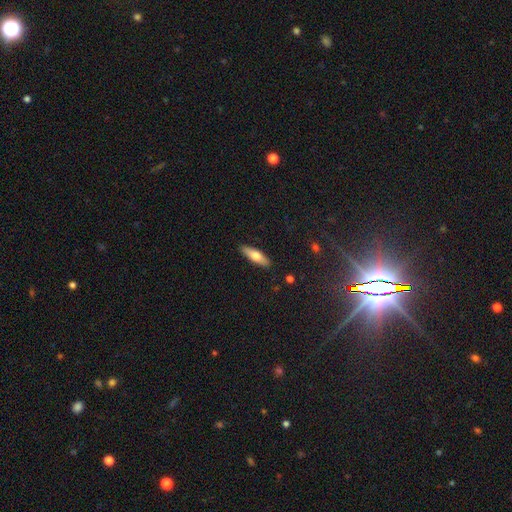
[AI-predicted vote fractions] smooth_or_featured: smooth (p=0.66) [alt: featured or disk p=0.29]
how_rounded: cigar-shaped (p=0.54) [alt: in between p=0.44]
merging: none (p=0.89) [alt: minor disturbance p=0.08]